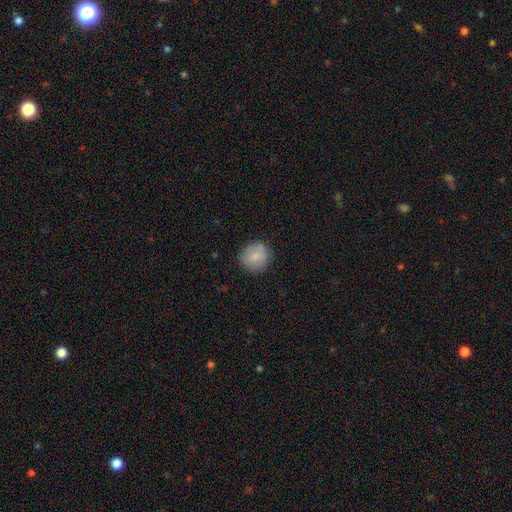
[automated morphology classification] Q: Smooth or featured?
A: smooth (83%); runner-up: featured or disk (9%)
Q: How rounded?
A: round (86%); runner-up: in between (13%)
Q: Merging?
A: none (82%); runner-up: minor disturbance (13%)